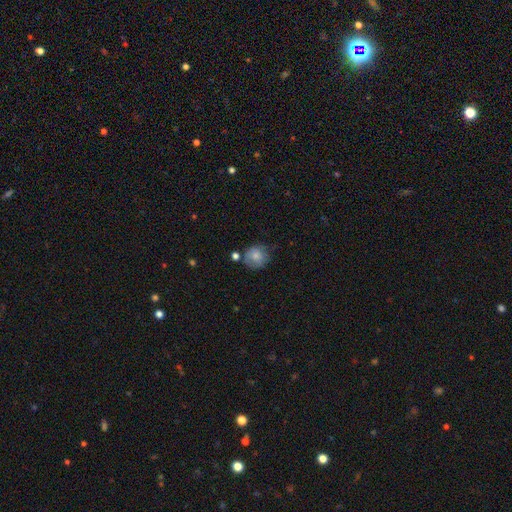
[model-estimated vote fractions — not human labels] This is likely a smooth galaxy (78%). How rounded: clearly round (85%). Merging: likely none (62%).